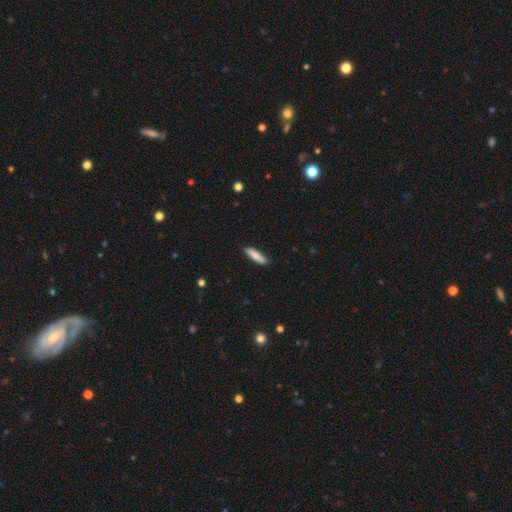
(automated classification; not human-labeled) A smooth galaxy with no disk features (84%) that is cigar-shaped (77%).

Vote fractions:
- Smooth or featured? smooth: 84% / featured or disk: 11% / star or artifact: 6%
- How rounded? cigar-shaped: 77% / in between: 21% / round: 1%
- Merging? none: 88% / minor disturbance: 9% / major disturbance: 2% / merger: 1%